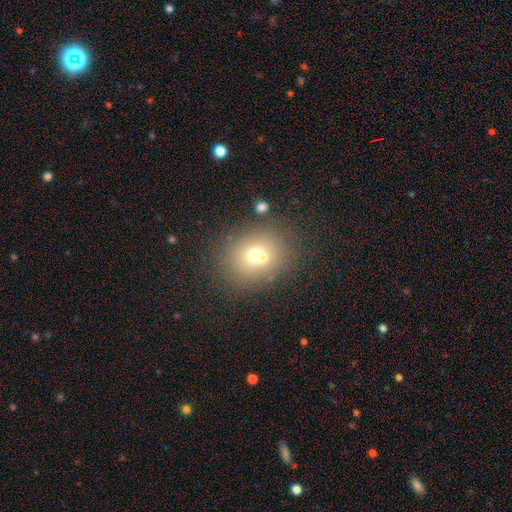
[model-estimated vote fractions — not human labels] Smooth or featured: smooth — 66% (featured or disk — 19%)
How rounded: round — 71% (in between — 28%)
Merging: none — 56% (merger — 31%)